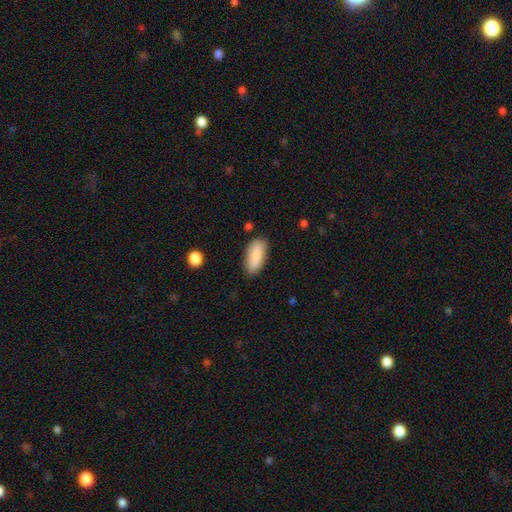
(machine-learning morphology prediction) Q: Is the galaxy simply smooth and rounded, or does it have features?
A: smooth — 86%.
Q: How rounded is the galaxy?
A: in between — 86%.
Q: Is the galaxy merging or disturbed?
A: none — 83%.